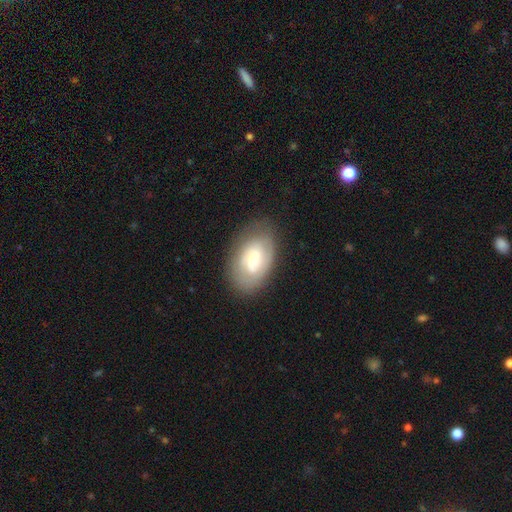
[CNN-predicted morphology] This appears to be a smooth galaxy with no disk features (47%). Merging: none (79%).